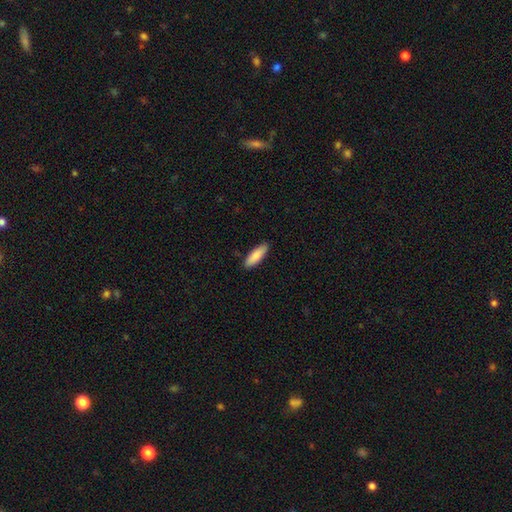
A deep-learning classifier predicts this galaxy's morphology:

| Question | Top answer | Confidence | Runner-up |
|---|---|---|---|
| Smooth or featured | smooth | 87% | featured or disk (8%) |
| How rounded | in between | 53% | cigar-shaped (45%) |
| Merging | none | 88% | minor disturbance (9%) |